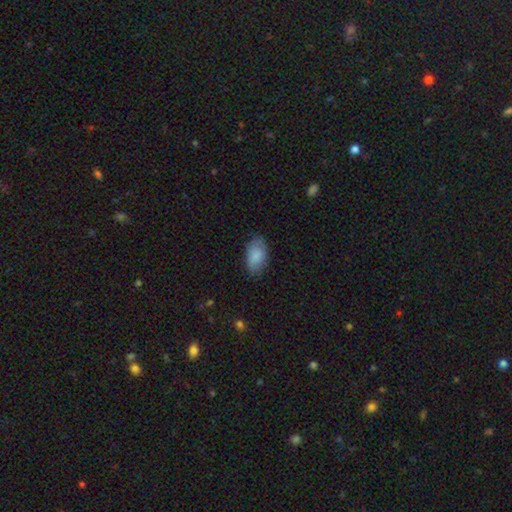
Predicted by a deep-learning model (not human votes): Q: Smooth or featured?
A: smooth (86%); runner-up: featured or disk (8%)
Q: How rounded?
A: in between (94%); runner-up: round (5%)
Q: Merging?
A: none (79%); runner-up: minor disturbance (16%)